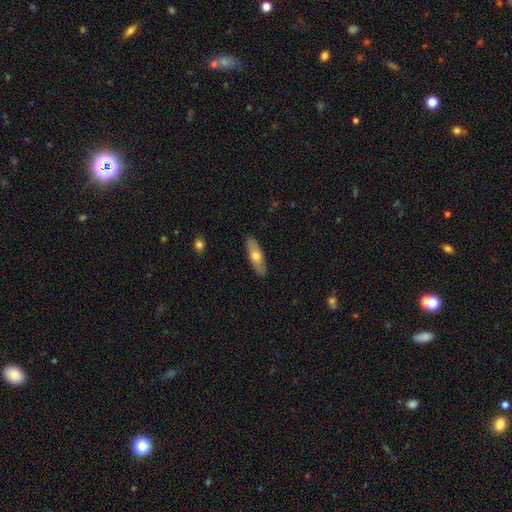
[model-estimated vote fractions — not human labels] Smooth or featured?
  - smooth: 62% *
  - featured or disk: 33%
  - star or artifact: 6%
How rounded?
  - in between: 52% *
  - cigar-shaped: 46%
  - round: 3%
Merging?
  - none: 88% *
  - minor disturbance: 9%
  - major disturbance: 2%
  - merger: 1%